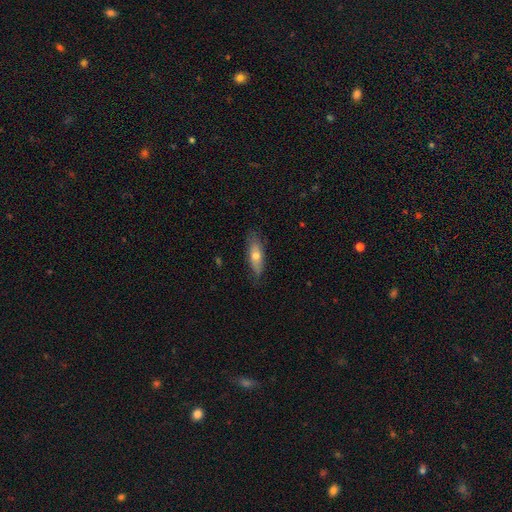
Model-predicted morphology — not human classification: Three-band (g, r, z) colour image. It shows a smooth galaxy with no disk features (61%) that is in between round and cigar-shaped (61%). Merging: none (77%).